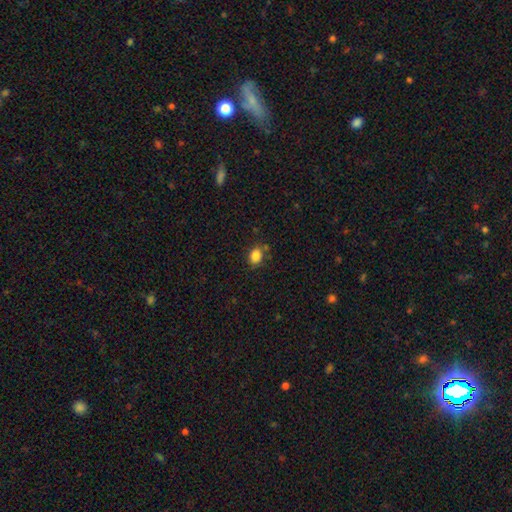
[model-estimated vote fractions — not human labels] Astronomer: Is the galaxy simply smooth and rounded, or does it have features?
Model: smooth — 85%.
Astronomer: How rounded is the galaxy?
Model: in between — 61% (runner-up: round, 37%).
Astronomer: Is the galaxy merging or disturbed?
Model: none — 78%.